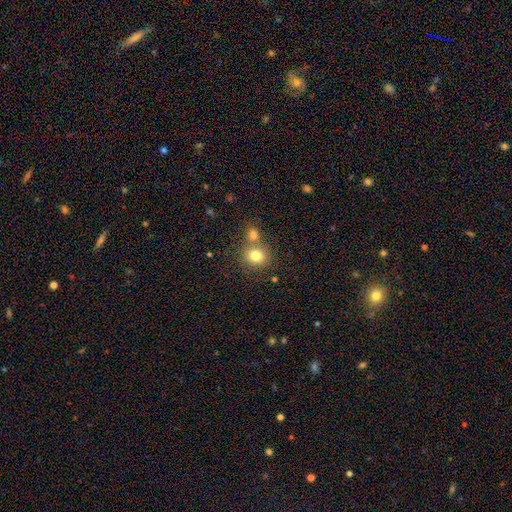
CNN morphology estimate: Smooth or featured? smooth (80%)
How rounded? round (80%)
Merging? none (57%)